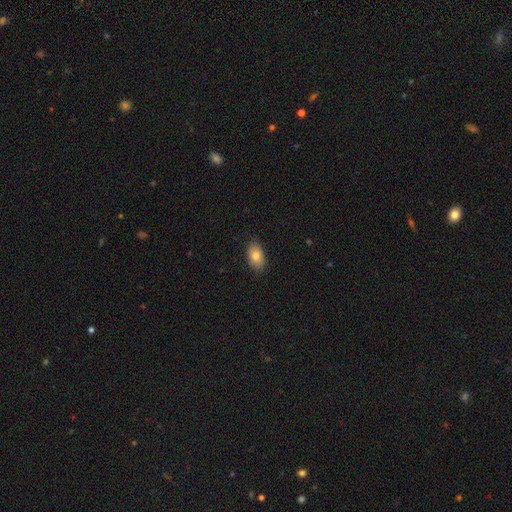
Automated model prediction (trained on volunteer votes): Smooth or featured: smooth — 81% (featured or disk — 12%)
How rounded: in between — 92% (round — 6%)
Merging: none — 86% (minor disturbance — 11%)